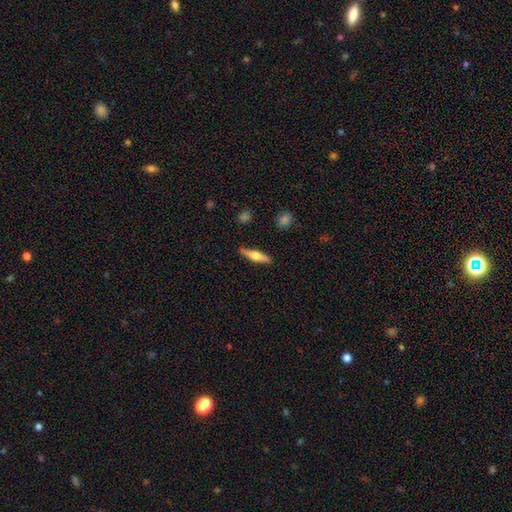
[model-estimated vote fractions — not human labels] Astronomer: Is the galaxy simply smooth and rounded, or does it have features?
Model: featured or disk — 55% (runner-up: smooth, 40%).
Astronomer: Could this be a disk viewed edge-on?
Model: yes — 95%.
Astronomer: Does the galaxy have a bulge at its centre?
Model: rounded — 91%.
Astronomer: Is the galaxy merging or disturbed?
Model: none — 87%.